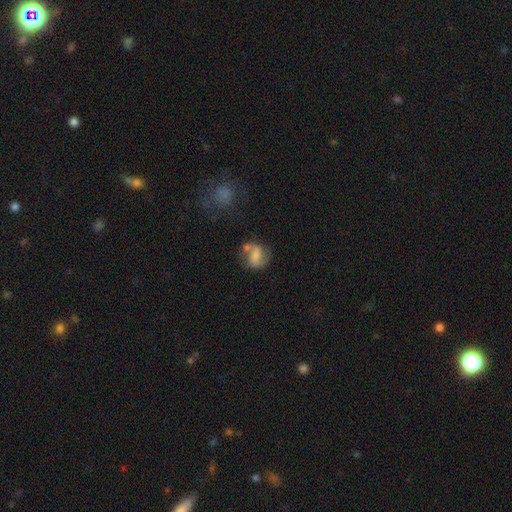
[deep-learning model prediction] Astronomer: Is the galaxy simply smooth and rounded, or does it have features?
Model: featured or disk — 47% (runner-up: smooth, 44%).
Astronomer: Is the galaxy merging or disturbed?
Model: none — 44% (runner-up: merger, 22%).